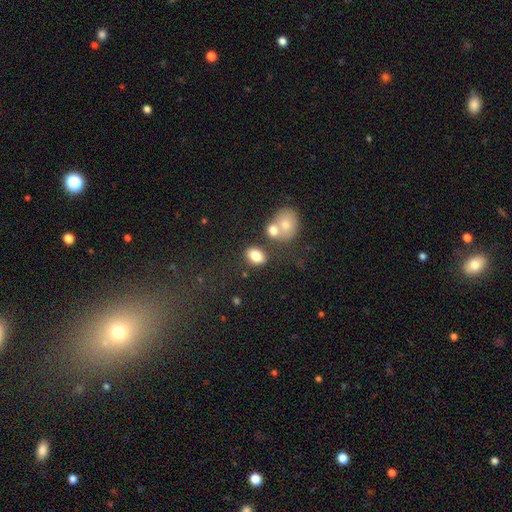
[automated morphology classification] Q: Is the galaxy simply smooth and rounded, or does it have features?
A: smooth — 81%.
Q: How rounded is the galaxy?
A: in between — 77%.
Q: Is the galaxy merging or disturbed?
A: none — 68%.